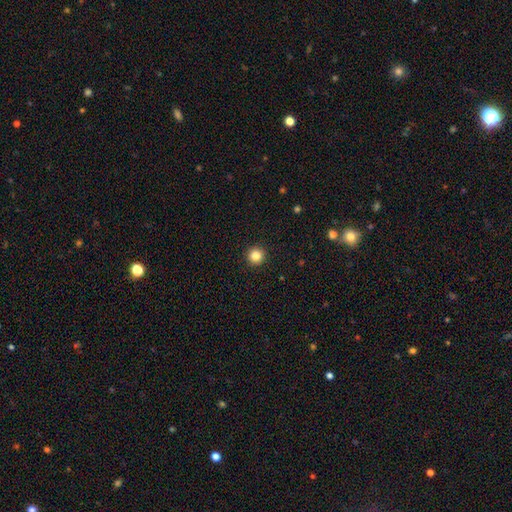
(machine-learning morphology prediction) Overall: smooth (84%). How rounded: round (96%). Merging: none (94%).